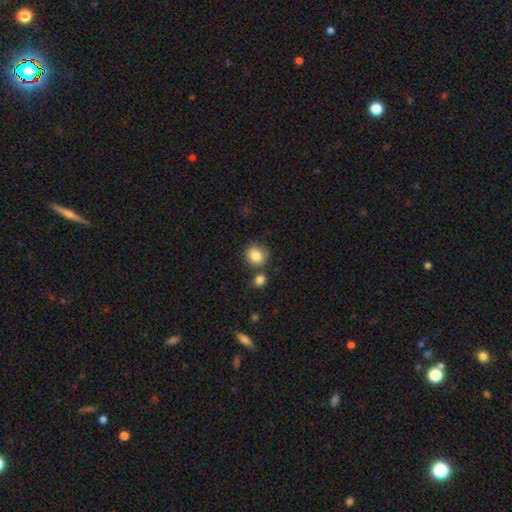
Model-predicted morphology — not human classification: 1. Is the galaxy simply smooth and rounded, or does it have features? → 85% smooth, 9% star or artifact, 6% featured or disk.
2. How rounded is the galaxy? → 76% round, 23% in between, 1% cigar-shaped.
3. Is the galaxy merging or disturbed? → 71% none, 14% merger, 12% minor disturbance, 3% major disturbance.